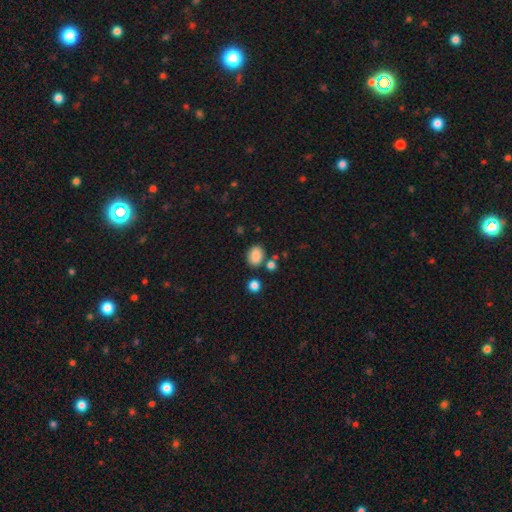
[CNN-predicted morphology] Smooth or featured? smooth (85%)
How rounded? in between (68%)
Merging? none (74%)